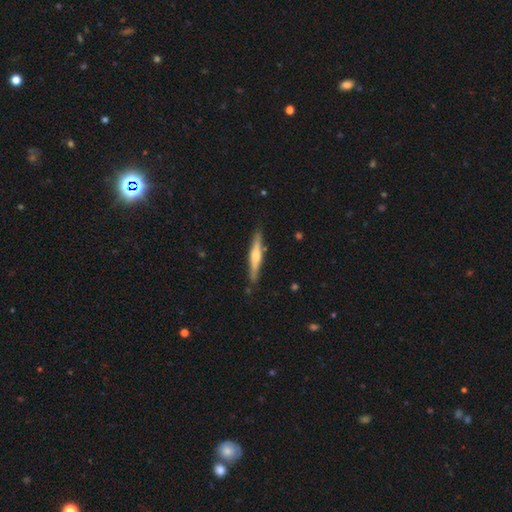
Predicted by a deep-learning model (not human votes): This is likely a featured or disk galaxy (64%). It is clearly viewed edge-on (96%). Edge-on bulge: clearly rounded (83%). Merging: clearly none (85%).